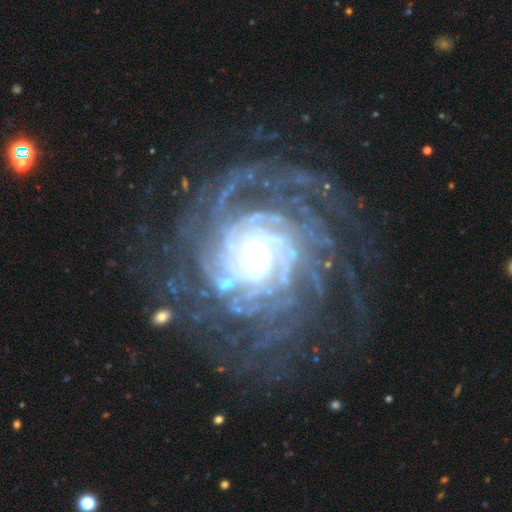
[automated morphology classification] featured or disk 93%, star or artifact 5%, smooth 3%. Down the decision tree: edge-on disk — no (98%); bar — no (68%); spiral arms — yes (99%); spiral arm count — more than 4 (34%); spiral winding — tight (79%); bulge size — small (55%); merging — none (73%).